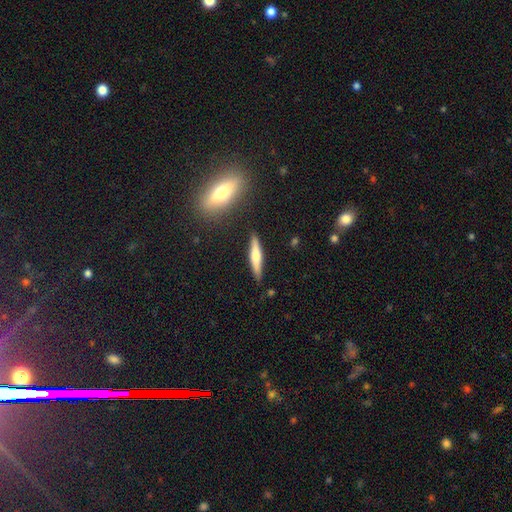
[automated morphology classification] This appears to be a smooth galaxy with no disk features (50%) that is cigar-shaped (88%). Merging: none (87%).